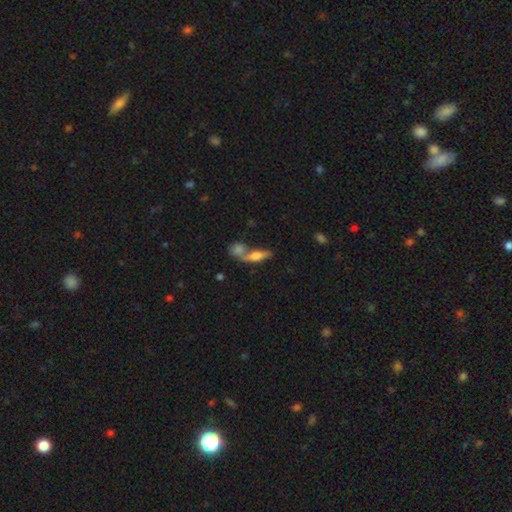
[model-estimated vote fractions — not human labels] The model was most divided on "how rounded": cigar-shaped: 48%, in between: 45%, round: 6%. Remaining: smooth or featured — smooth (52%); merging — merger (45%).